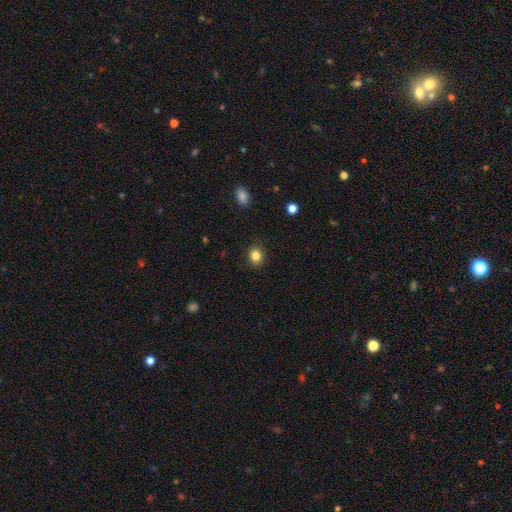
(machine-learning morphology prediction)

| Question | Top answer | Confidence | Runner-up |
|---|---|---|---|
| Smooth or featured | smooth | 84% | star or artifact (11%) |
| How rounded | round | 66% | in between (34%) |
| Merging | none | 89% | minor disturbance (8%) |